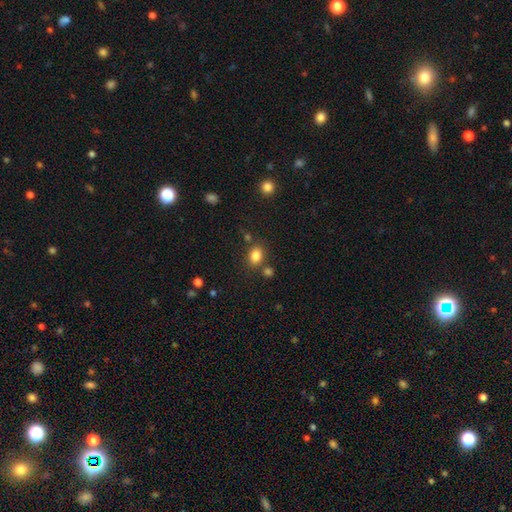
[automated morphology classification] Smooth or featured?
  - smooth: 83% *
  - star or artifact: 11%
  - featured or disk: 6%
How rounded?
  - in between: 59% *
  - round: 40%
  - cigar-shaped: 1%
Merging?
  - none: 73% *
  - minor disturbance: 12%
  - merger: 11%
  - major disturbance: 4%